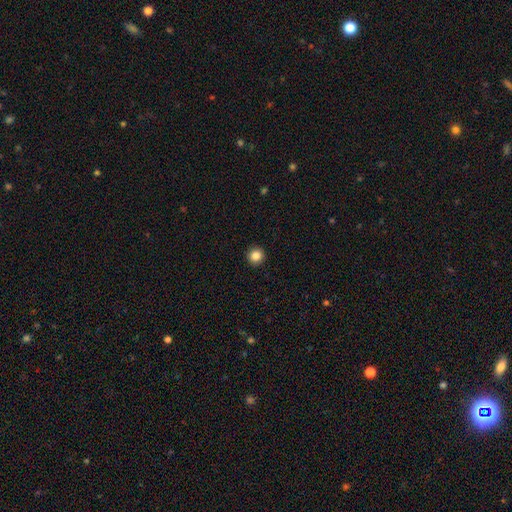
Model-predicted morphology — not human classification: Smooth or featured? Predicted: smooth (p=0.85). How rounded? Predicted: round (p=0.95). Merging? Predicted: none (p=0.94).